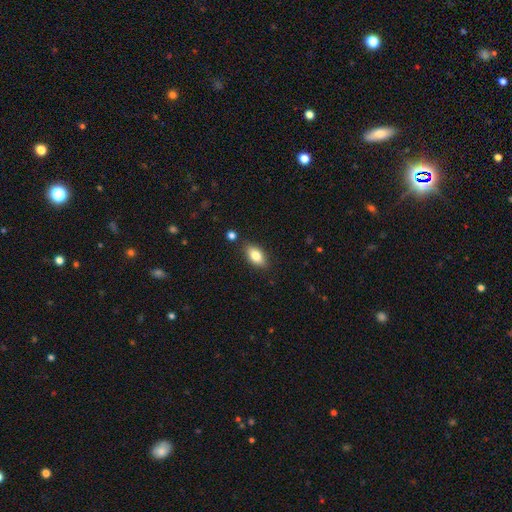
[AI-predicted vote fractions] Morphology: type=smooth (81%); roundness=in between (90%); merging=none (84%).